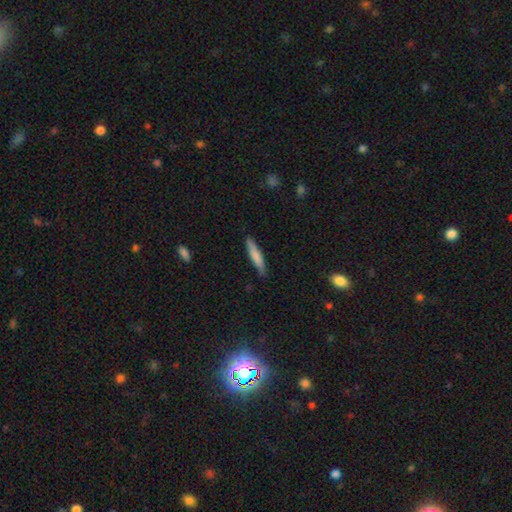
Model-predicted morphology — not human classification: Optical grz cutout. It shows a smooth galaxy with no disk features (77%) that is cigar-shaped (87%). Merging: none (83%).